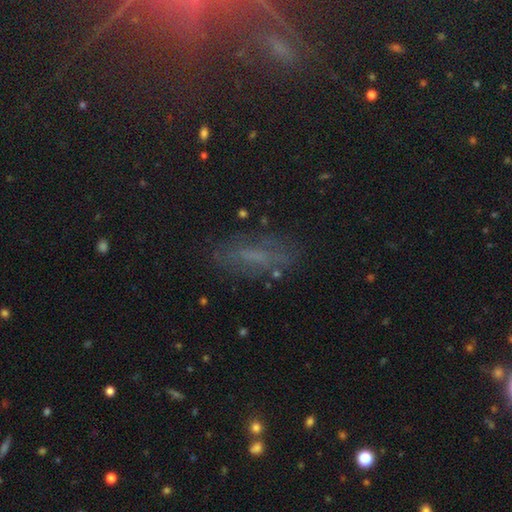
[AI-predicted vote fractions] A smooth galaxy with no disk features (42%). Merging: none (72%).